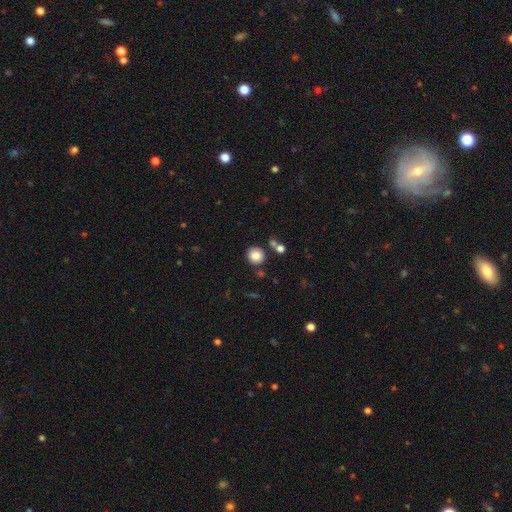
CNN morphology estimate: This is clearly a smooth galaxy (84%). How rounded: clearly round (90%). Merging: clearly none (81%).